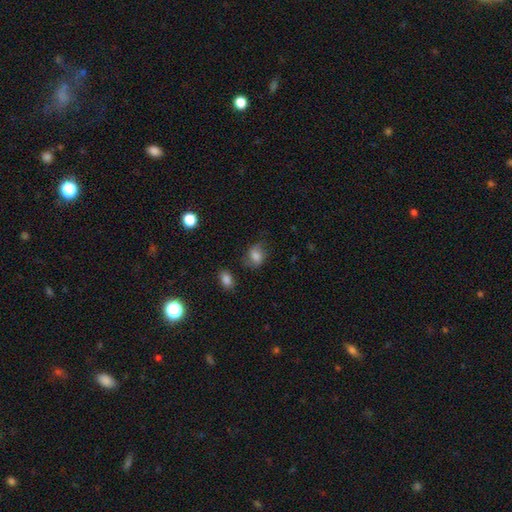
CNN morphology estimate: Smooth or featured?
  - smooth: 73% *
  - featured or disk: 16%
  - star or artifact: 10%
How rounded?
  - in between: 60% *
  - round: 39%
  - cigar-shaped: 1%
Merging?
  - none: 58% *
  - minor disturbance: 28%
  - major disturbance: 12%
  - merger: 3%